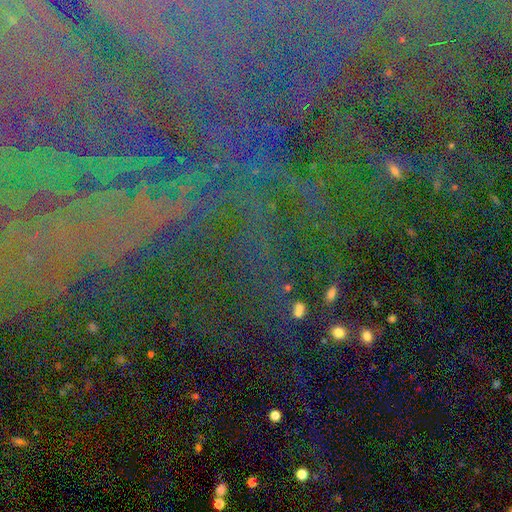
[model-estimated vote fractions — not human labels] Morphology: type=star or artifact (81%).